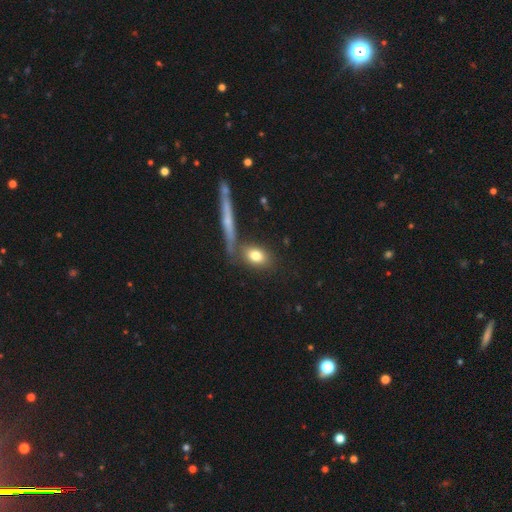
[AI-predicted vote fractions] A smooth galaxy with no disk features (77%) that is in between round and cigar-shaped (71%). Merging: none (69%).